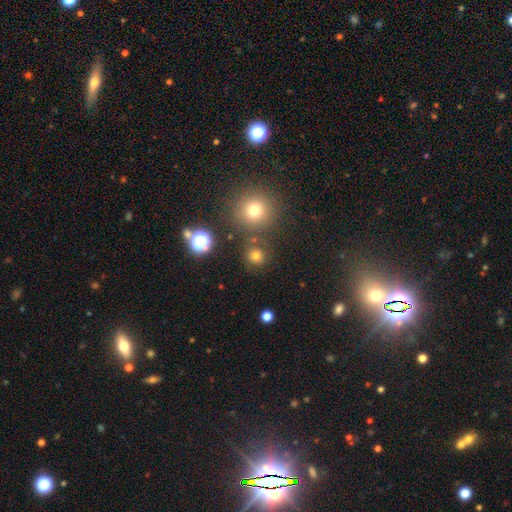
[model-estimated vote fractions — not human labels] Smooth or featured?
  - smooth: 71% *
  - star or artifact: 22%
  - featured or disk: 6%
How rounded?
  - round: 92% *
  - in between: 7%
  - cigar-shaped: 1%
Merging?
  - none: 82% *
  - minor disturbance: 7%
  - merger: 7%
  - major disturbance: 3%